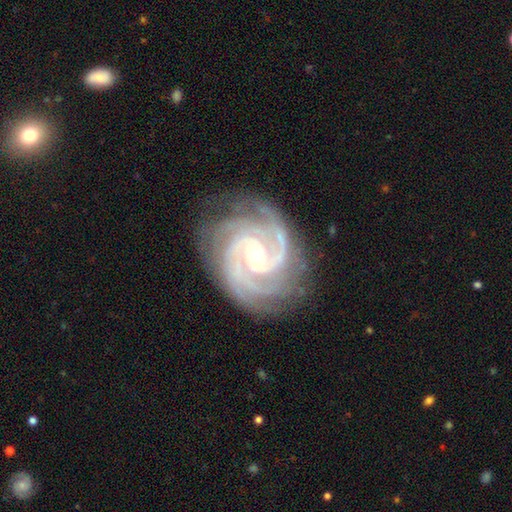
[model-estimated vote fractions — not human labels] smooth-or-featured: featured or disk: 94% | star or artifact: 4% | smooth: 2%
  disk-edge-on: no: 98% | yes: 2%
    bar: weak: 45% | no: 36% | strong: 19%
    has-spiral-arms: yes: 99% | no: 1%
      spiral-winding: tight: 68% | medium: 29% | loose: 3%
      spiral-arm-count: 3: 37% | 4: 20% | 2: 20% | can't tell: 10% | more than 4: 7% | 1: 6%
    bulge-size: moderate: 52% | small: 45% | large: 2% | none: 1% | dominant: 1%
  merging: none: 80% | minor disturbance: 14% | major disturbance: 4% | merger: 1%